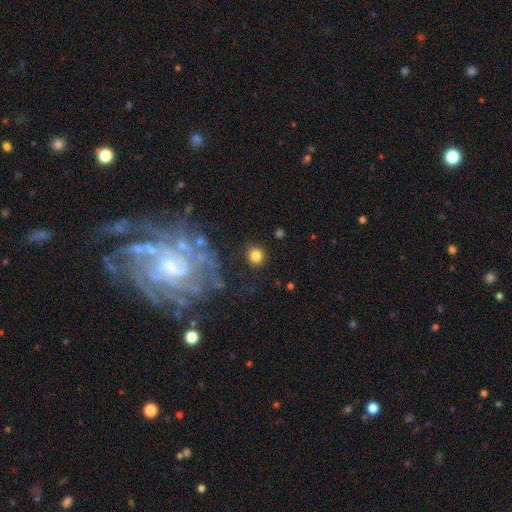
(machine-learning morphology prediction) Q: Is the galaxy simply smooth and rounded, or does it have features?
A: smooth — 80%.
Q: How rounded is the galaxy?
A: round — 91%.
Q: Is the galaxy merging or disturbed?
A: none — 85%.